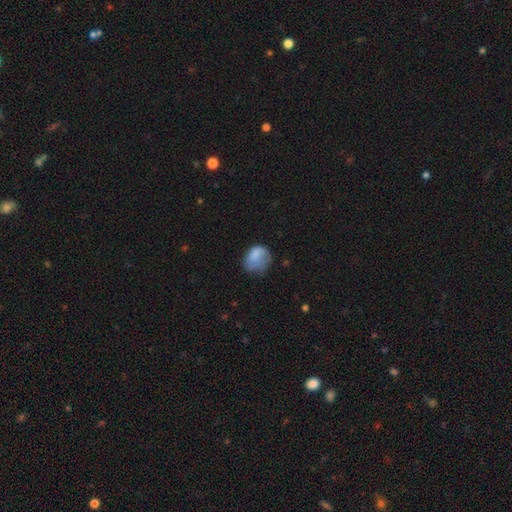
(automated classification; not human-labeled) This is likely a smooth galaxy (75%). How rounded: possibly in between (51%). Merging: marginally none (36%).